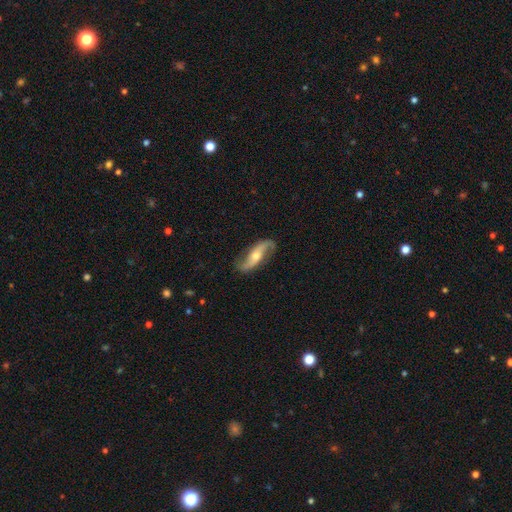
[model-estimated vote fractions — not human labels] This appears to be a featured or disk galaxy (84%) with no bar (46%), 2 (92%) loose (75%) spiral arms (95%) and a moderate central bulge (59%). Merging: none (81%).